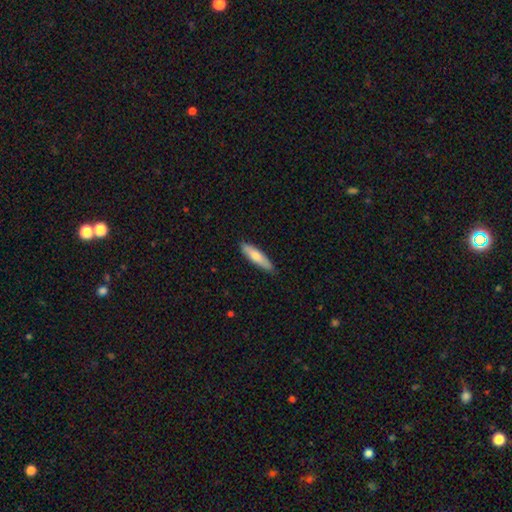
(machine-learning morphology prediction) type=smooth (68%); roundness=cigar-shaped (79%); merging=none (89%).